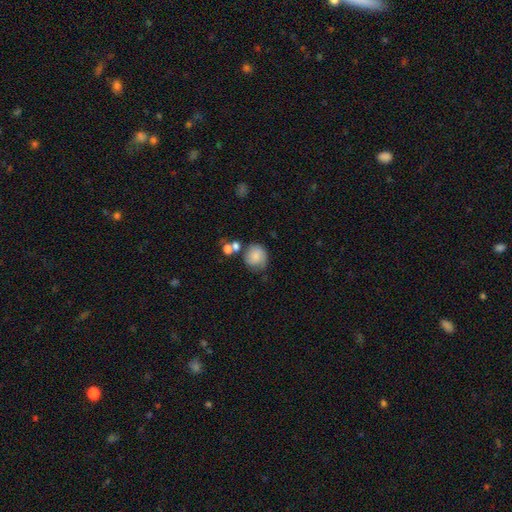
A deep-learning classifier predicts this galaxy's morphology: A smooth galaxy with no disk features (72%) that is round (81%). Merging: none (55%).